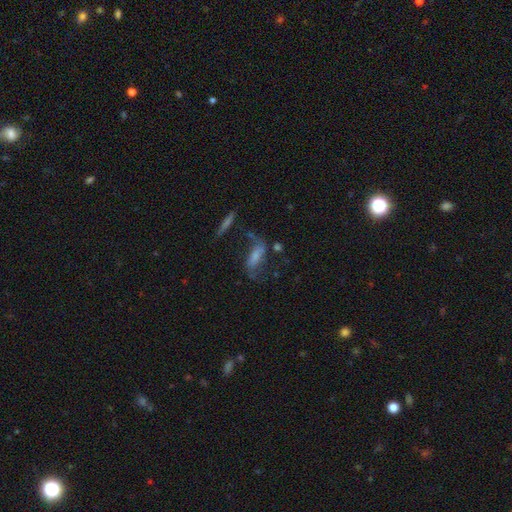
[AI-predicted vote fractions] Q: Smooth or featured?
A: smooth (48%); runner-up: featured or disk (40%)
Q: Merging?
A: none (45%); runner-up: major disturbance (23%)